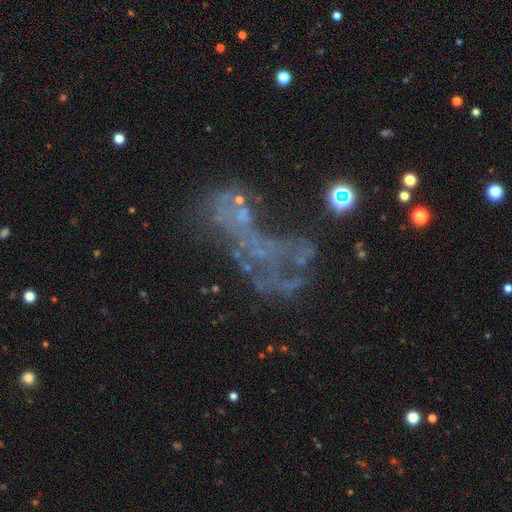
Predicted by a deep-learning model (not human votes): featured or disk 53%, star or artifact 30%, smooth 17%. Down the decision tree: edge-on disk — no (95%); bar — no (92%); spiral arms — no (89%); bulge size — none (85%); merging — major disturbance (42%).